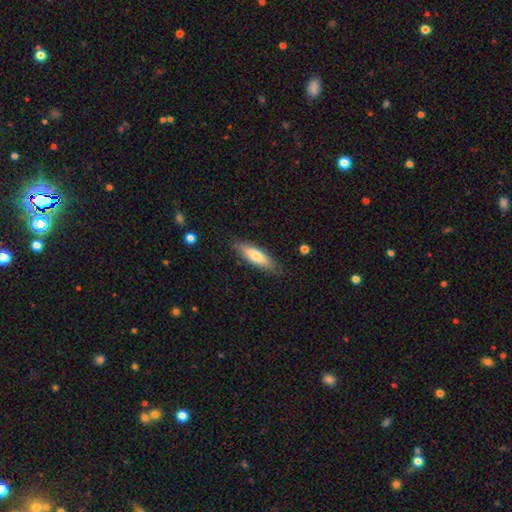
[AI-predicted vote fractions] smooth_or_featured: smooth (p=0.69) [alt: featured or disk p=0.25]
how_rounded: cigar-shaped (p=0.60) [alt: in between p=0.38]
merging: none (p=0.85) [alt: minor disturbance p=0.11]